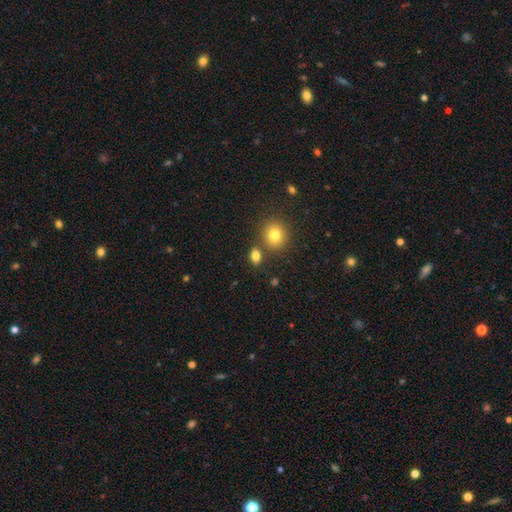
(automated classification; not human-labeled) smooth 81%, star or artifact 12%, featured or disk 6%. Down the decision tree: how rounded — in between (57%); merging — none (73%).